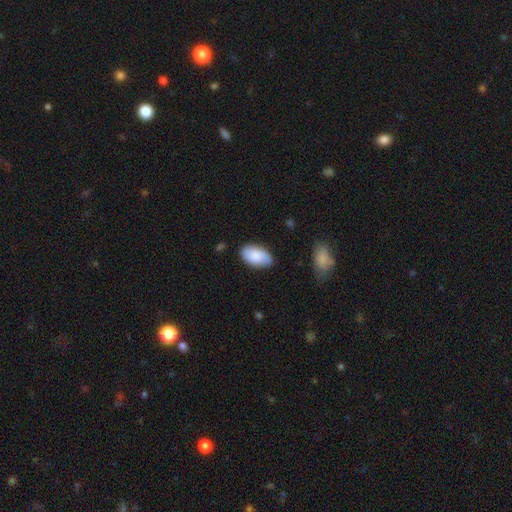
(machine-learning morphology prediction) Q: Smooth or featured?
A: smooth (81%); runner-up: featured or disk (13%)
Q: How rounded?
A: in between (95%); runner-up: round (3%)
Q: Merging?
A: none (80%); runner-up: minor disturbance (15%)